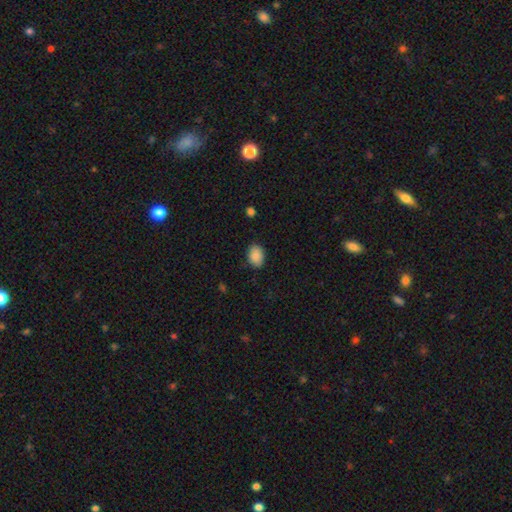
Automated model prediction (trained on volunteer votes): This appears to be a smooth galaxy with no disk features (87%) that is in between round and cigar-shaped (81%). Merging: none (82%).